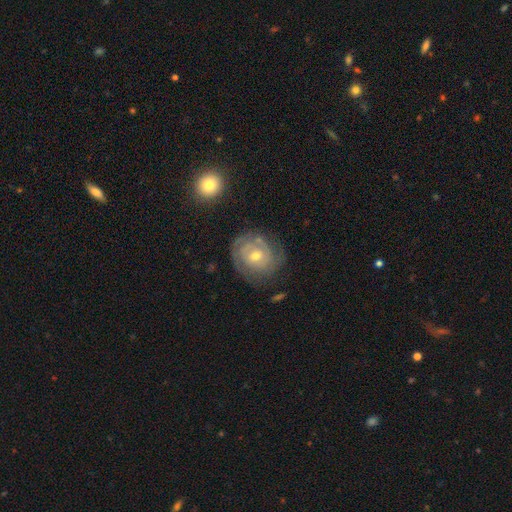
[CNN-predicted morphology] featured or disk 77%, smooth 17%, star or artifact 7%. Down the decision tree: edge-on disk — no (97%); bar — no (70%); spiral arms — yes (89%); spiral arm count — 2 (37%); spiral winding — tight (74%); bulge size — moderate (53%); merging — none (73%).